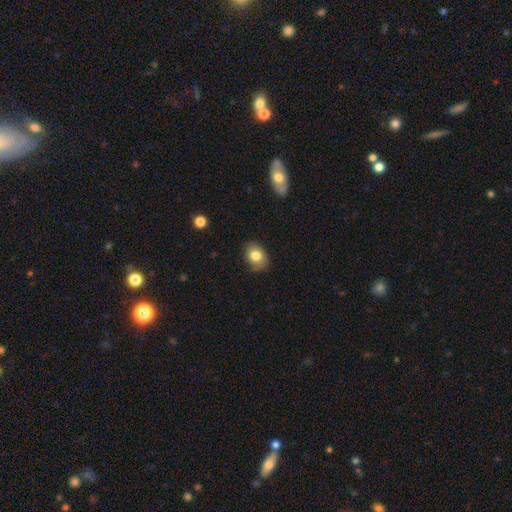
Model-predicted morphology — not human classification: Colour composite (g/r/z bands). It shows a smooth galaxy with no disk features (81%) that is in between round and cigar-shaped (65%). Merging: none (77%).